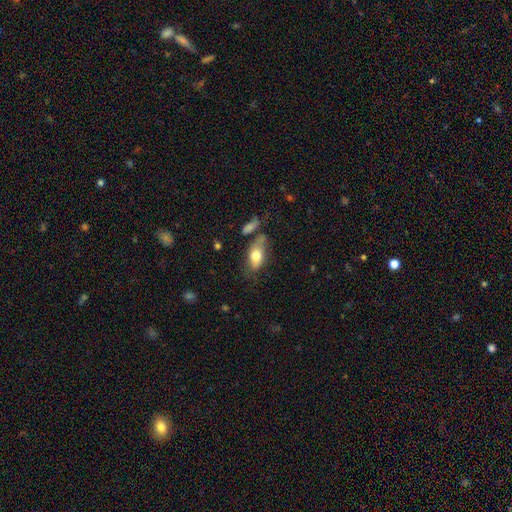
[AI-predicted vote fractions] Overall: smooth (72%). How rounded: in between (88%). Merging: none (50%; minor disturbance 24%).